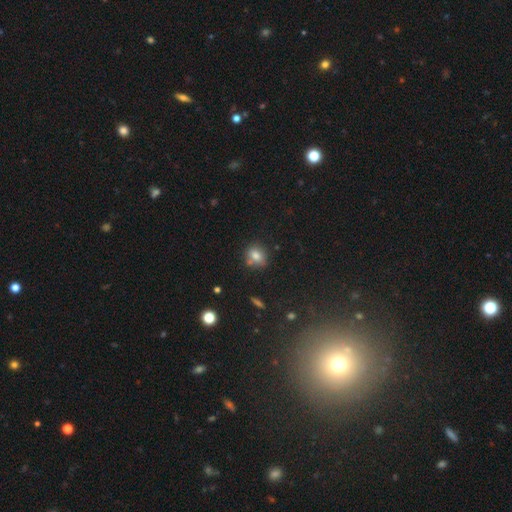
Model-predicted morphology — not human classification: A smooth galaxy with no disk features (76%) that is round (63%).

Vote fractions:
- Smooth or featured? smooth: 76% / star or artifact: 13% / featured or disk: 11%
- How rounded? round: 63% / in between: 36% / cigar-shaped: 2%
- Merging? none: 67% / minor disturbance: 16% / merger: 14% / major disturbance: 4%